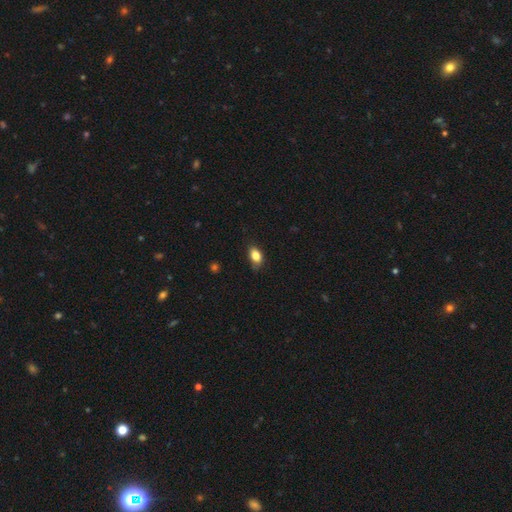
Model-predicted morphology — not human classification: Overall: smooth (84%). How rounded: in between (84%). Merging: none (74%).